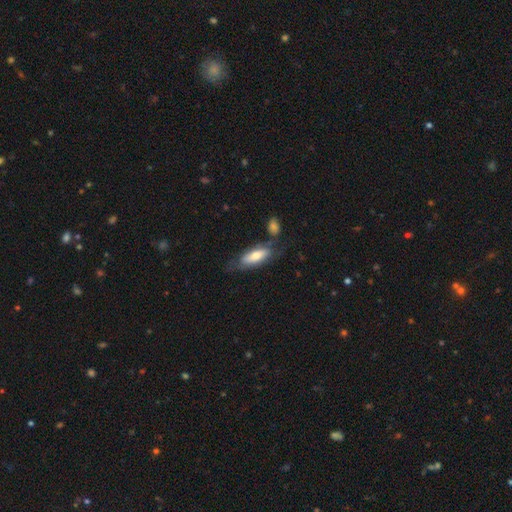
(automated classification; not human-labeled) A smooth galaxy with no disk features (65%) that is in between round and cigar-shaped (67%).

Vote fractions:
- Smooth or featured? smooth: 65% / featured or disk: 30% / star or artifact: 6%
- How rounded? in between: 67% / cigar-shaped: 31% / round: 2%
- Merging? none: 57% / minor disturbance: 22% / merger: 10% / major disturbance: 10%